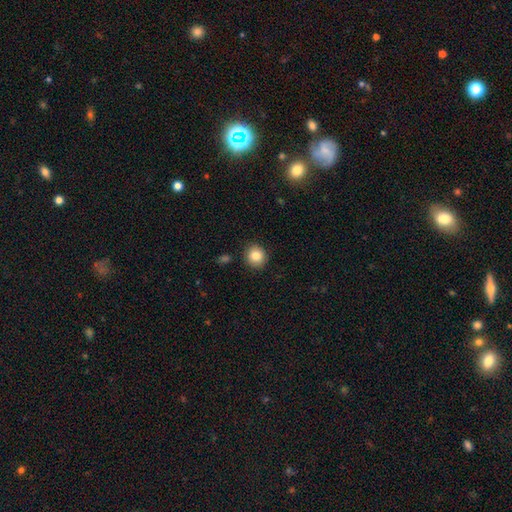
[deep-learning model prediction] Smooth or featured? Predicted: smooth (p=0.84). How rounded? Predicted: round (p=0.89). Merging? Predicted: none (p=0.90).